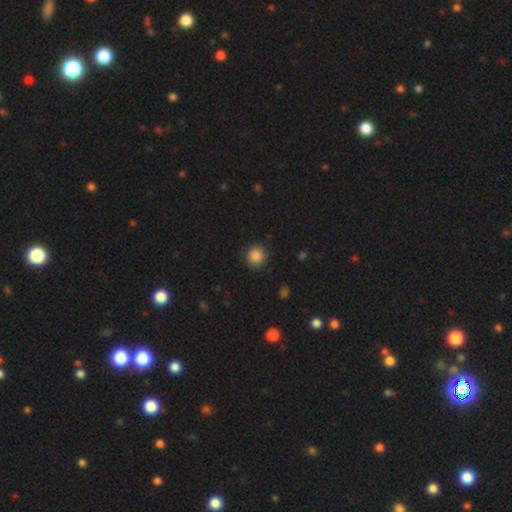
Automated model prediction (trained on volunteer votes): Smooth or featured?
  - smooth: 87% *
  - star or artifact: 10%
  - featured or disk: 4%
How rounded?
  - round: 85% *
  - in between: 14%
  - cigar-shaped: 1%
Merging?
  - none: 86% *
  - minor disturbance: 10%
  - major disturbance: 3%
  - merger: 1%